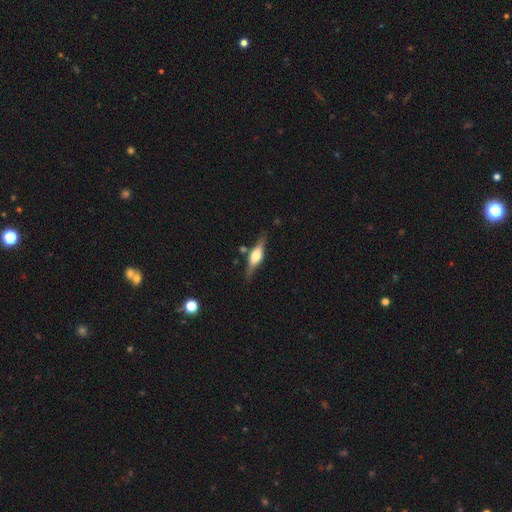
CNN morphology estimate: Smooth or featured? Predicted: featured or disk (p=0.68). Edge-on disk? Predicted: yes (p=0.95). Edge-on bulge? Predicted: rounded (p=0.87). Merging? Predicted: none (p=0.79).